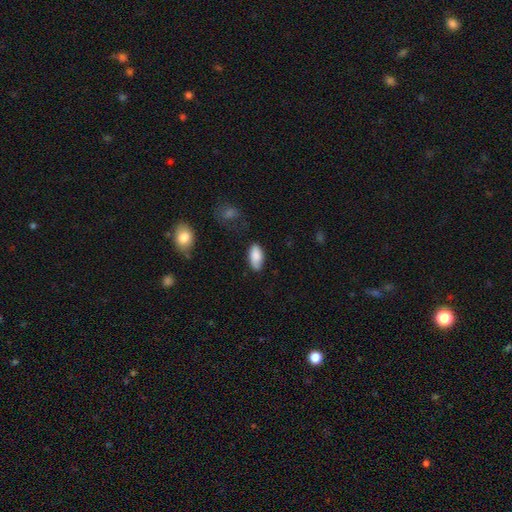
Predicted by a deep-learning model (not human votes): smooth 83%, featured or disk 10%, star or artifact 7%. Down the decision tree: how rounded — in between (93%); merging — none (69%).